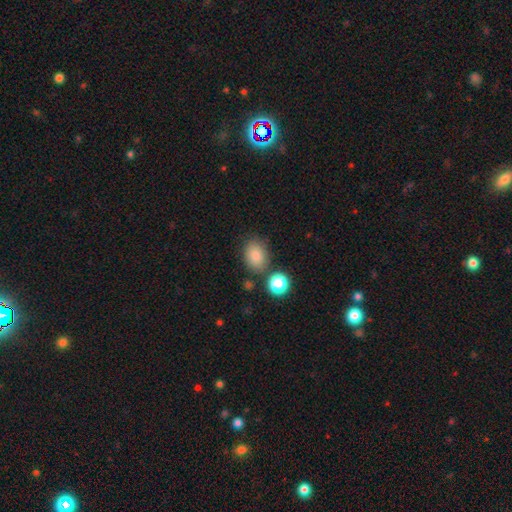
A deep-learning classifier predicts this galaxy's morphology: smooth-or-featured: smooth: 84% | star or artifact: 10% | featured or disk: 6%
  how-rounded: in between: 69% | round: 29% | cigar-shaped: 1%
  merging: none: 74% | minor disturbance: 13% | merger: 8% | major disturbance: 4%